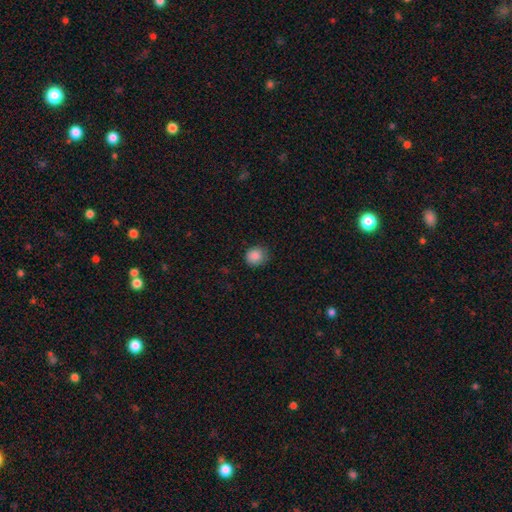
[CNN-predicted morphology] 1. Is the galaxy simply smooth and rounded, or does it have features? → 87% smooth, 9% star or artifact, 4% featured or disk.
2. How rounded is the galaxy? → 79% round, 20% in between, 1% cigar-shaped.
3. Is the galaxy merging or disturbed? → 80% none, 16% minor disturbance, 3% major disturbance, 1% merger.